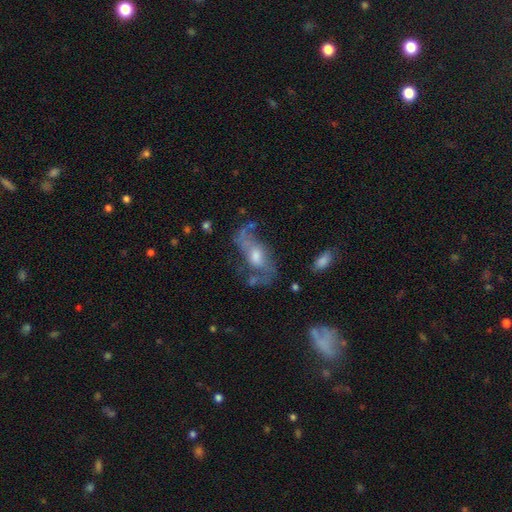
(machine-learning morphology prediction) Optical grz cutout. It shows a featured or disk galaxy (69%) with no bar (62%), spiral arms (68%) and a moderate central bulge (57%). Merging: none (45%).